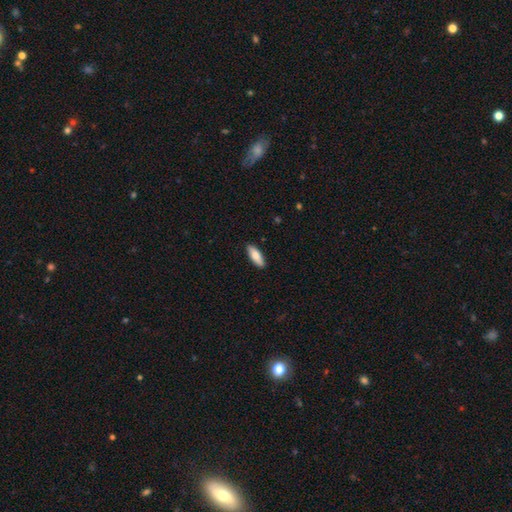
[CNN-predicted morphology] Overall: smooth (80%). How rounded: in between (65%; cigar-shaped 33%). Merging: none (89%).